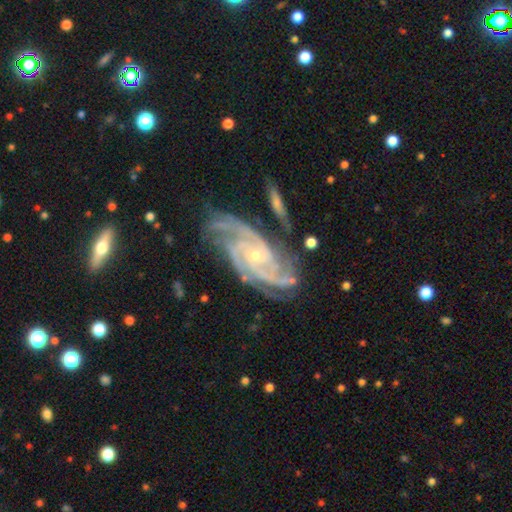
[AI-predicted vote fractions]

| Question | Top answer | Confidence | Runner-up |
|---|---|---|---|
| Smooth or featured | featured or disk | 92% | star or artifact (5%) |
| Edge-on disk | no | 97% | yes (3%) |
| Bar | no | 65% | weak (24%) |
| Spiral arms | yes | 99% | no (1%) |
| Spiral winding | tight | 65% | medium (31%) |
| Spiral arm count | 3 | 35% | 4 (31%) |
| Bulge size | small | 80% | moderate (17%) |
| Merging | none | 69% | minor disturbance (20%) |